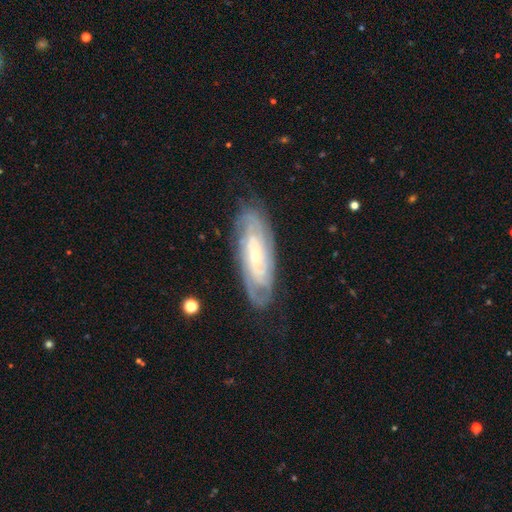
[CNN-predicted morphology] Q: Smooth or featured?
A: featured or disk (83%); runner-up: smooth (12%)
Q: Edge-on disk?
A: no (88%); runner-up: yes (12%)
Q: Bar?
A: no (59%); runner-up: weak (30%)
Q: Spiral arms?
A: yes (95%); runner-up: no (5%)
Q: Spiral winding?
A: tight (74%); runner-up: medium (22%)
Q: Spiral arm count?
A: can't tell (41%); runner-up: 2 (22%)
Q: Bulge size?
A: small (72%); runner-up: moderate (24%)
Q: Merging?
A: none (80%); runner-up: minor disturbance (15%)